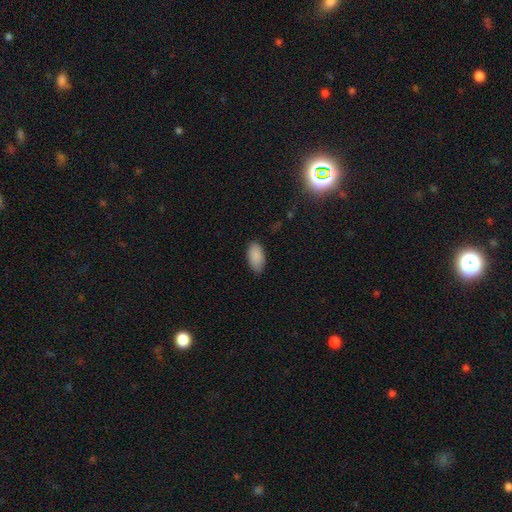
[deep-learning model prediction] smooth 88%, star or artifact 7%, featured or disk 5%. Down the decision tree: how rounded — in between (94%); merging — none (79%).